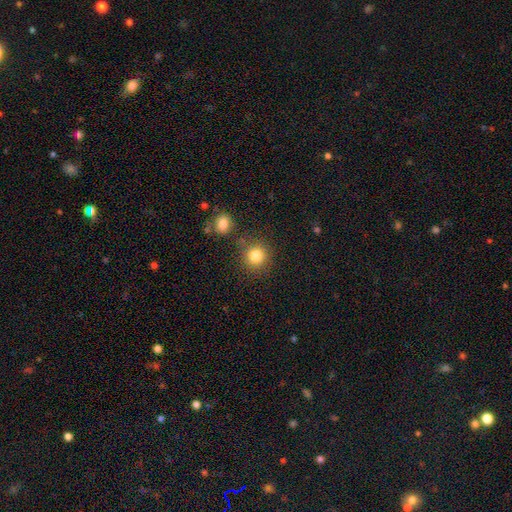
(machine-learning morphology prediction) A smooth galaxy with no disk features (83%) that is round (91%).

Vote fractions:
- Smooth or featured? smooth: 83% / star or artifact: 11% / featured or disk: 6%
- How rounded? round: 91% / in between: 8% / cigar-shaped: 1%
- Merging? none: 82% / minor disturbance: 8% / merger: 7% / major disturbance: 3%